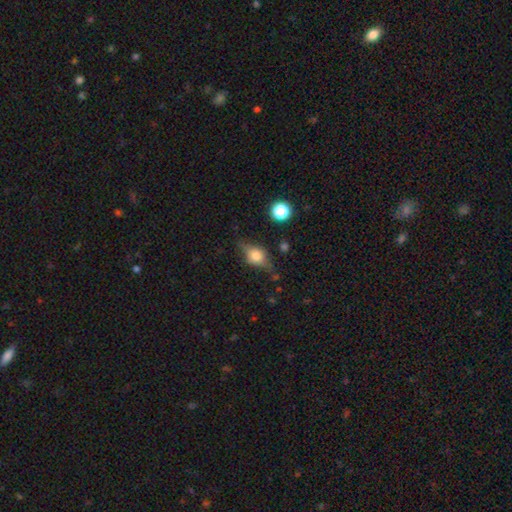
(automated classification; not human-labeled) Smooth or featured?
  - smooth: 46% *
  - featured or disk: 44%
  - star or artifact: 10%
Merging?
  - none: 68% *
  - minor disturbance: 22%
  - major disturbance: 8%
  - merger: 2%